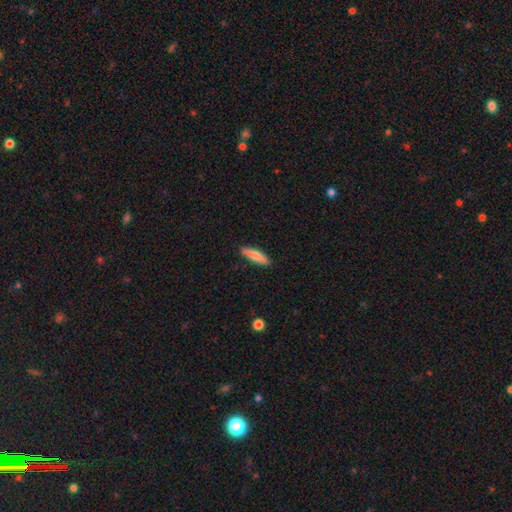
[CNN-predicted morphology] Smooth or featured? smooth (81%)
How rounded? cigar-shaped (70%)
Merging? none (84%)